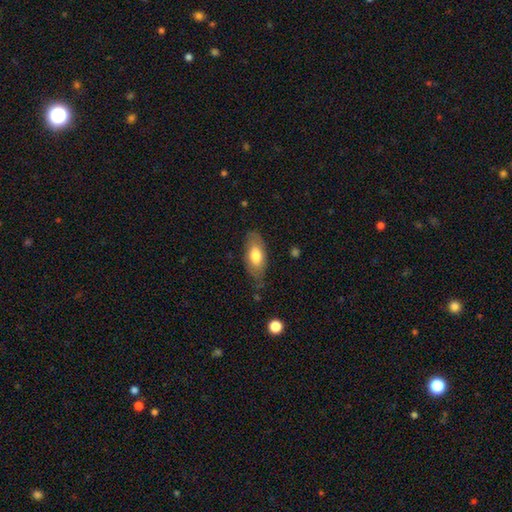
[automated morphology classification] A smooth galaxy with no disk features (70%) that is in between round and cigar-shaped (86%). Merging: none (69%).